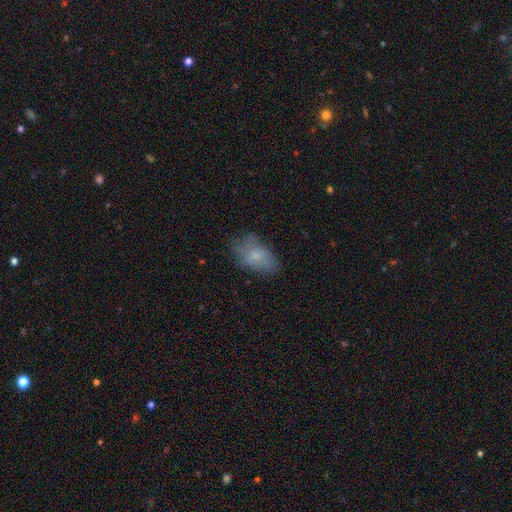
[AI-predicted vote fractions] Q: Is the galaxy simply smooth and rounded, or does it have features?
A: smooth — 70%.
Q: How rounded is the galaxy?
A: in between — 90%.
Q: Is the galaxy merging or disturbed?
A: none — 57%.